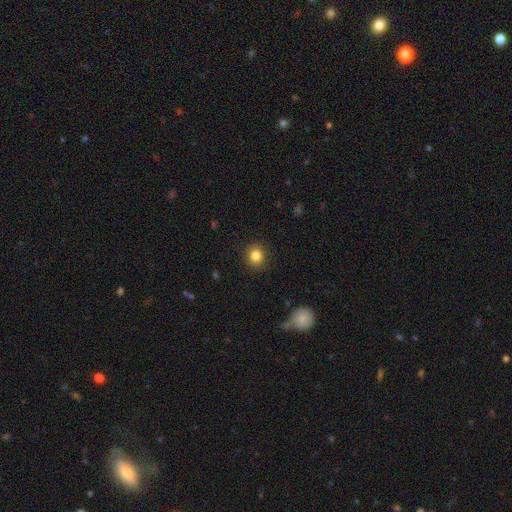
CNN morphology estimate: A smooth galaxy with no disk features (84%) that is round (82%). Merging: none (89%).